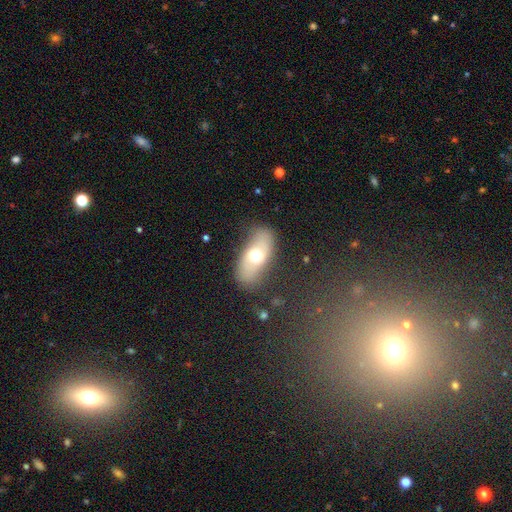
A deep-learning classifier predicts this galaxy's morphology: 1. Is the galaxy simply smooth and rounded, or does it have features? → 54% smooth, 39% featured or disk, 7% star or artifact.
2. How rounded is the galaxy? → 86% in between, 7% cigar-shaped, 7% round.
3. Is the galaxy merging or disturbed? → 74% none, 17% minor disturbance, 6% major disturbance, 2% merger.